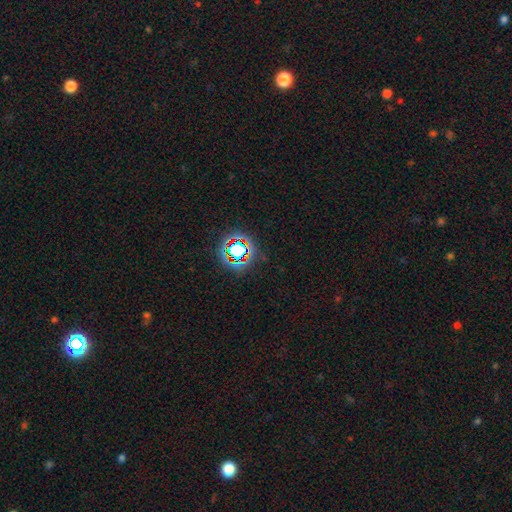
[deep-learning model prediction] Overall: star or artifact (76%).